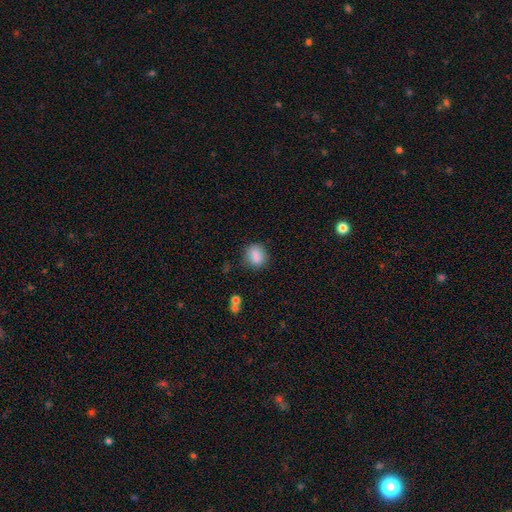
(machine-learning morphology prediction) A smooth galaxy with no disk features (85%) that is round (50%).

Vote fractions:
- Smooth or featured? smooth: 85% / star or artifact: 8% / featured or disk: 6%
- How rounded? round: 50% / in between: 48% / cigar-shaped: 2%
- Merging? none: 81% / minor disturbance: 13% / major disturbance: 3% / merger: 2%